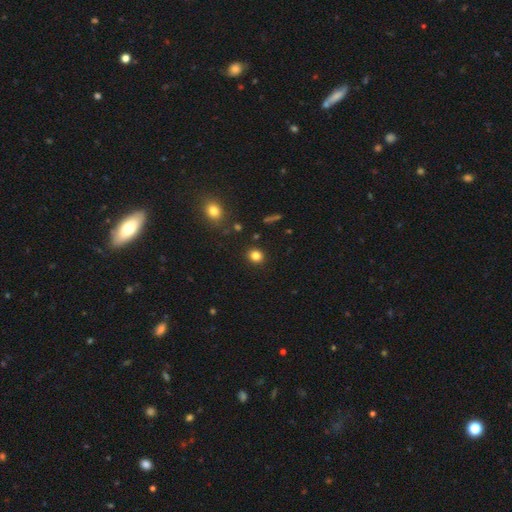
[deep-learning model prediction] smooth 82%, star or artifact 12%, featured or disk 5%. Down the decision tree: how rounded — round (79%); merging — none (90%).